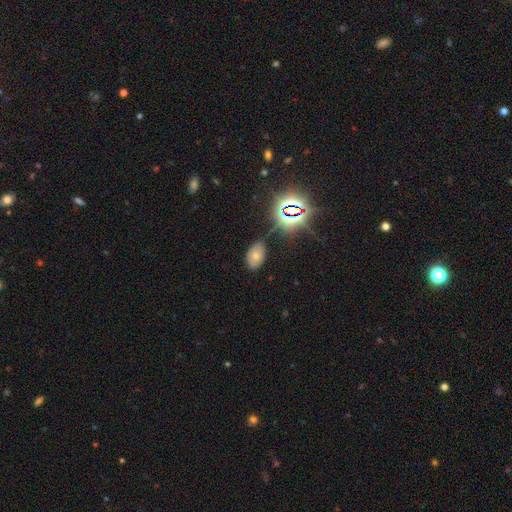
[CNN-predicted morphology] This is possibly a smooth galaxy (58%). How rounded: clearly in between (88%). Merging: likely none (74%).